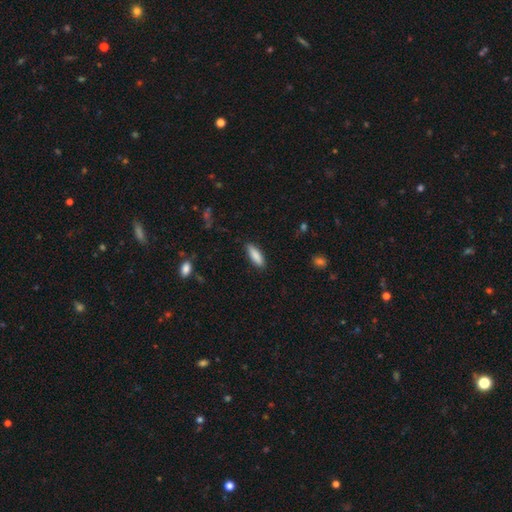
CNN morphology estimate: This is clearly a smooth galaxy (86%). How rounded: possibly cigar-shaped (52%). Merging: clearly none (87%).